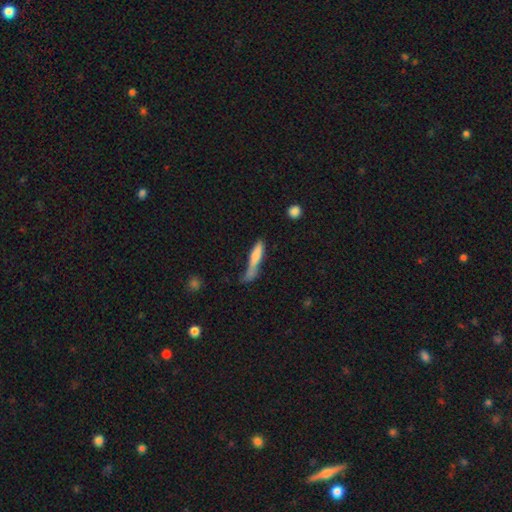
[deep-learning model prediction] Overall: smooth (67%). How rounded: cigar-shaped (88%). Merging: none (43%; minor disturbance 27%).